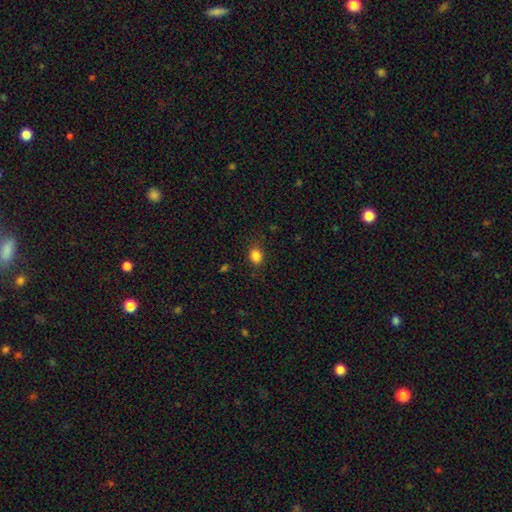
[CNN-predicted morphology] A smooth galaxy with no disk features (85%) that is round (52%).

Vote fractions:
- Smooth or featured? smooth: 85% / star or artifact: 11% / featured or disk: 4%
- How rounded? round: 52% / in between: 47% / cigar-shaped: 1%
- Merging? none: 84% / minor disturbance: 12% / major disturbance: 3% / merger: 1%